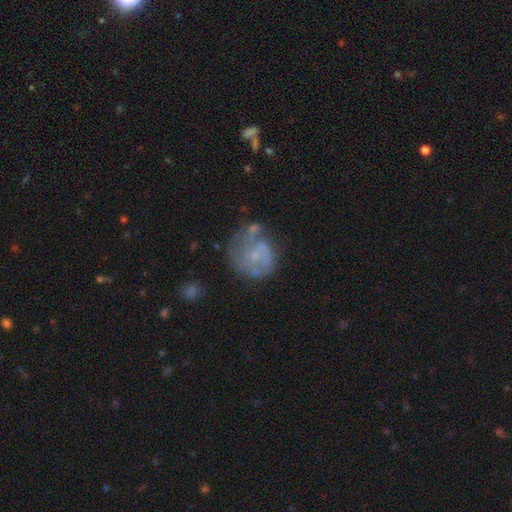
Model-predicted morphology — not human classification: A featured or disk galaxy (67%) with no bar (63%), spiral arms (70%) and a small central bulge (60%).

Vote fractions:
- Smooth or featured? featured or disk: 67% / smooth: 23% / star or artifact: 10%
- Edge-on disk? no: 98% / yes: 2%
- Bar? no: 63% / weak: 32% / strong: 5%
- Spiral arms? yes: 70% / no: 30%
- Bulge size? small: 60% / none: 21% / moderate: 16% / large: 1% / dominant: 1%
- Merging? none: 47% / minor disturbance: 23% / major disturbance: 20% / merger: 9%